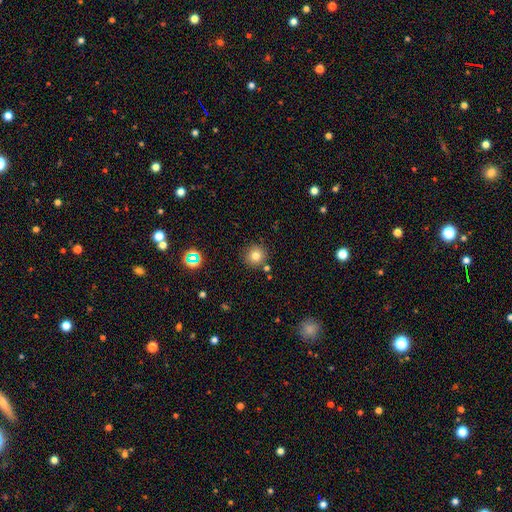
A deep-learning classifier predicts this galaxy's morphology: Smooth or featured? Predicted: smooth (p=0.76). How rounded? Predicted: round (p=0.94). Merging? Predicted: none (p=0.85).